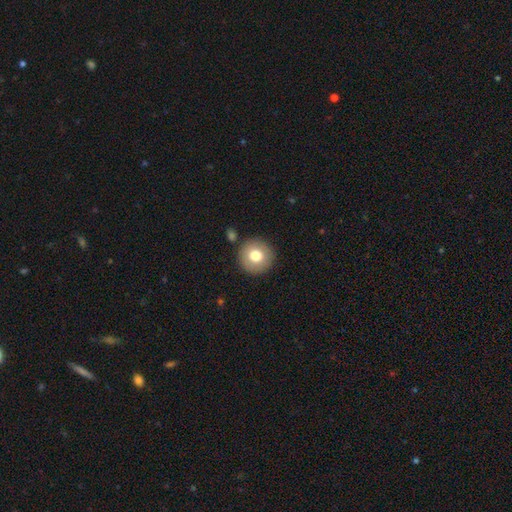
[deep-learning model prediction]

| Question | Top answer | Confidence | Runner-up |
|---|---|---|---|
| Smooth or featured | smooth | 76% | featured or disk (15%) |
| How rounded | round | 95% | in between (4%) |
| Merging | none | 88% | minor disturbance (7%) |